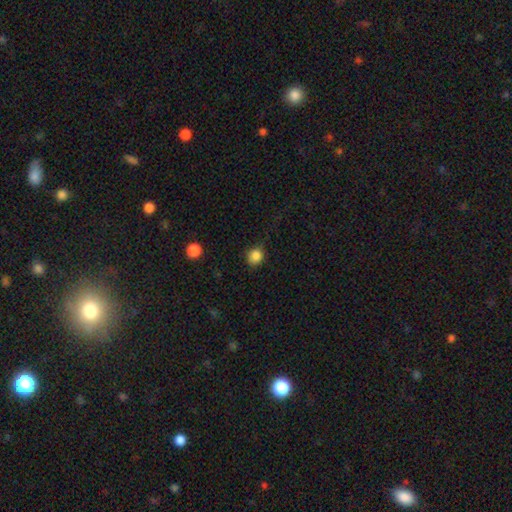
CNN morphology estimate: This appears to be a smooth galaxy with no disk features (85%) that is round (79%). Merging: none (79%).